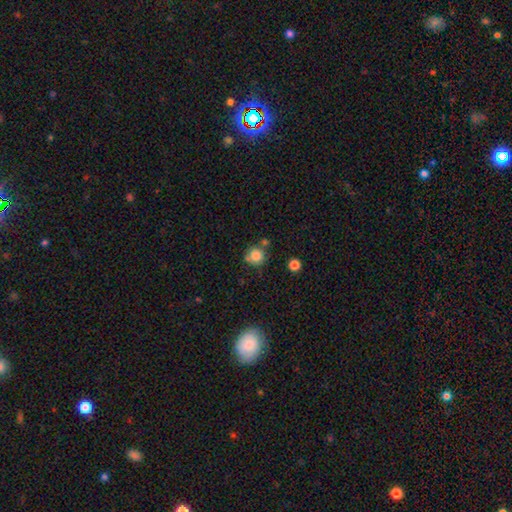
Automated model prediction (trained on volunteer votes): Smooth or featured? smooth (82%)
How rounded? round (91%)
Merging? none (69%)